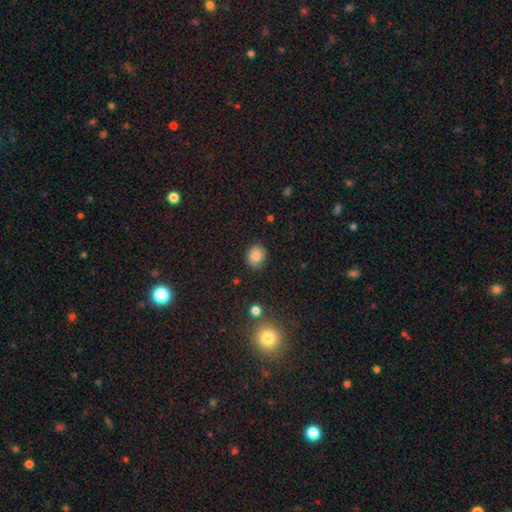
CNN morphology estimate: This appears to be a smooth galaxy with no disk features (83%) that is round (65%). Merging: none (85%).